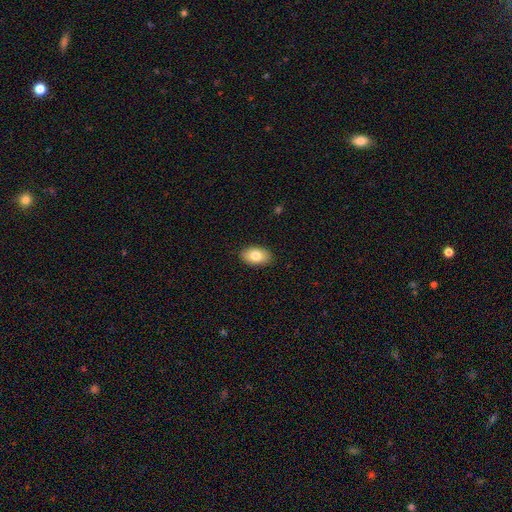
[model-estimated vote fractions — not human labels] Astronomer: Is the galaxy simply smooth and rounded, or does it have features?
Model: smooth — 80%.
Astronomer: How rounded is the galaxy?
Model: in between — 92%.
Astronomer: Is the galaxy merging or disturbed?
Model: none — 89%.